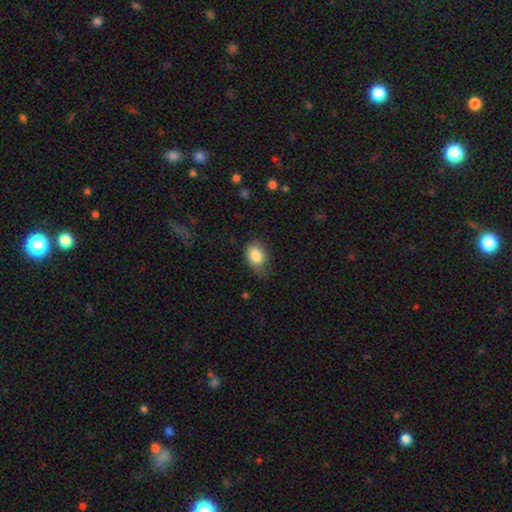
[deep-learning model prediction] Morphology: type=smooth (84%); roundness=in between (70%); merging=none (53%).